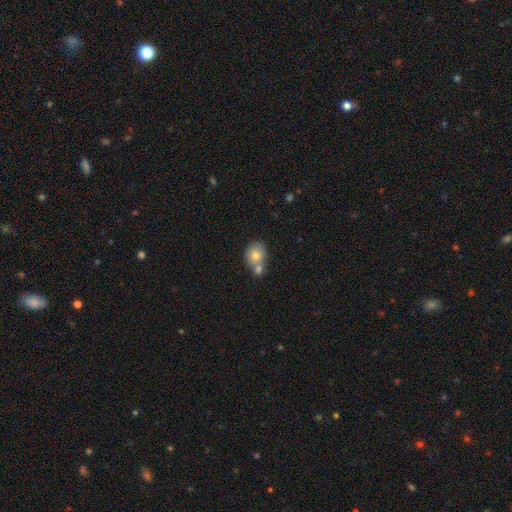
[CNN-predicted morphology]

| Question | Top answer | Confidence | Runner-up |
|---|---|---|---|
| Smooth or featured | smooth | 75% | featured or disk (15%) |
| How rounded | round | 67% | in between (32%) |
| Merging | merger | 48% | none (39%) |